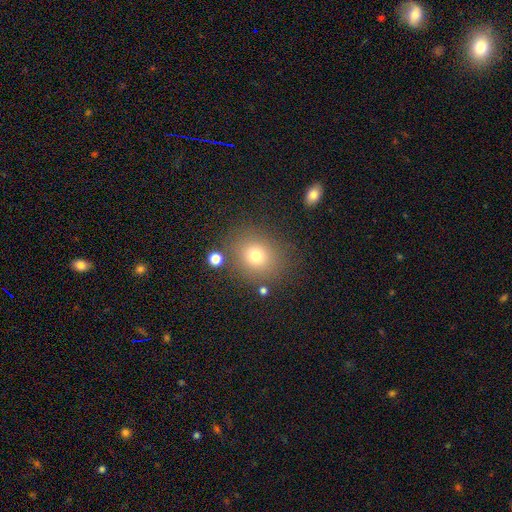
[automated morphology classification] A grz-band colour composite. It shows a smooth galaxy with no disk features (74%) that is round (74%). Merging: none (80%).